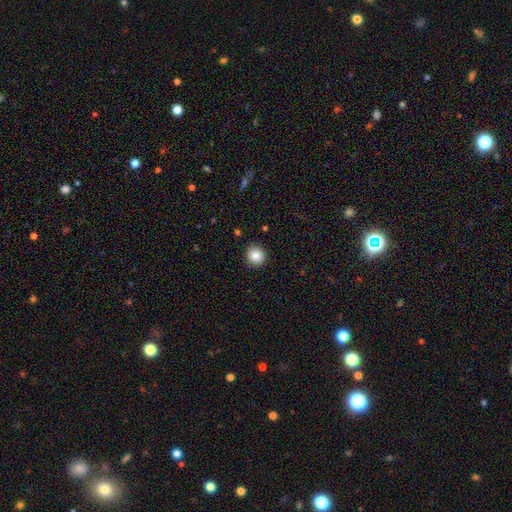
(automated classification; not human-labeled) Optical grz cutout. It shows a smooth galaxy with no disk features (85%) that is round (92%). Merging: none (91%).